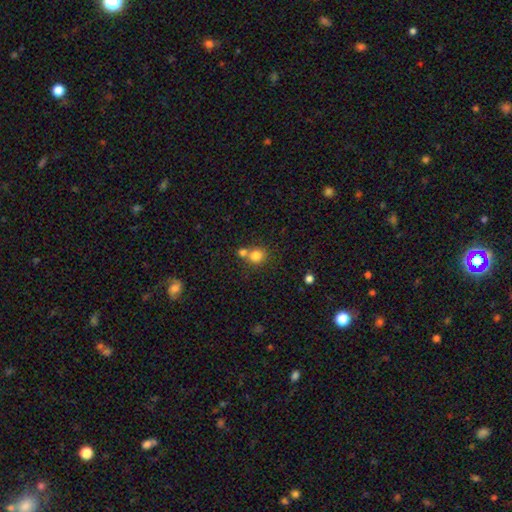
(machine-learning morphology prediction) Smooth or featured? smooth (81%)
How rounded? round (82%)
Merging? none (52%)